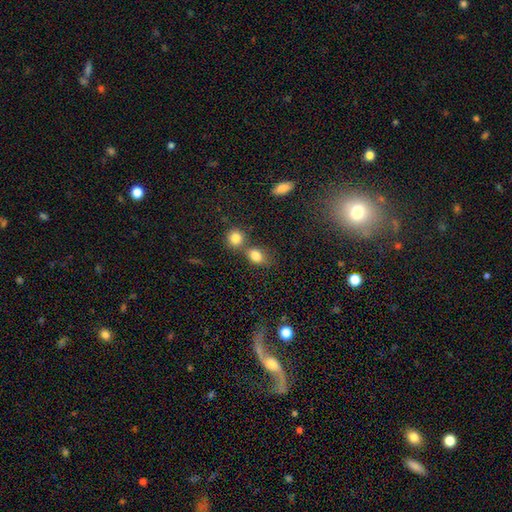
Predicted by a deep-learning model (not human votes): smooth 83%, star or artifact 11%, featured or disk 7%. Down the decision tree: how rounded — in between (61%); merging — none (47%).